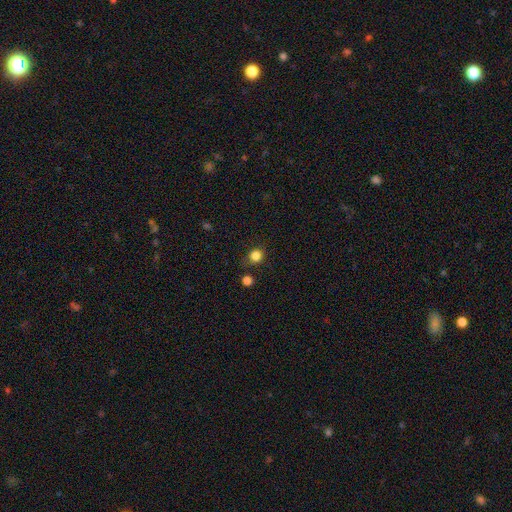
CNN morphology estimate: A smooth galaxy with no disk features (83%) that is round (80%). Merging: none (77%).